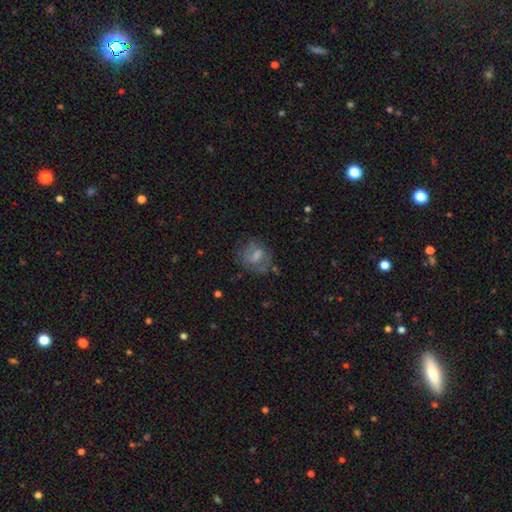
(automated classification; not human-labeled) This appears to be a smooth galaxy with no disk features (50%). Merging: none (59%).